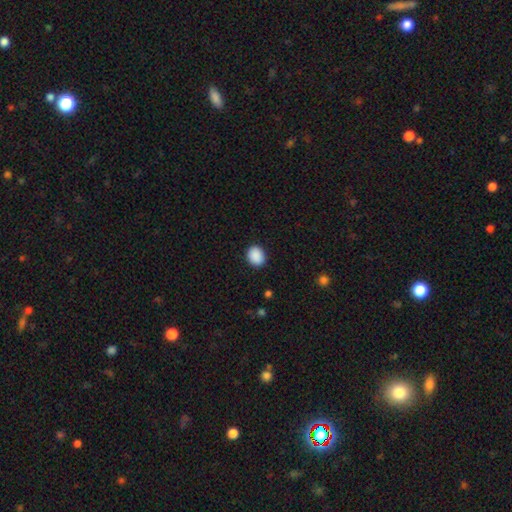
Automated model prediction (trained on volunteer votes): Smooth or featured? Predicted: smooth (p=0.90). How rounded? Predicted: round (p=0.51). Merging? Predicted: none (p=0.90).